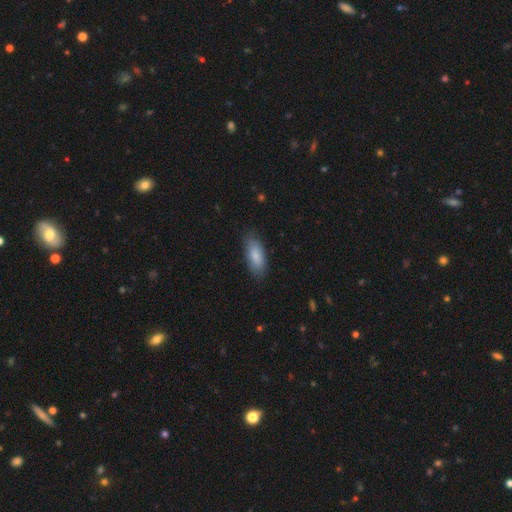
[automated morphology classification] Overall: smooth (85%). How rounded: in between (80%). Merging: none (81%).